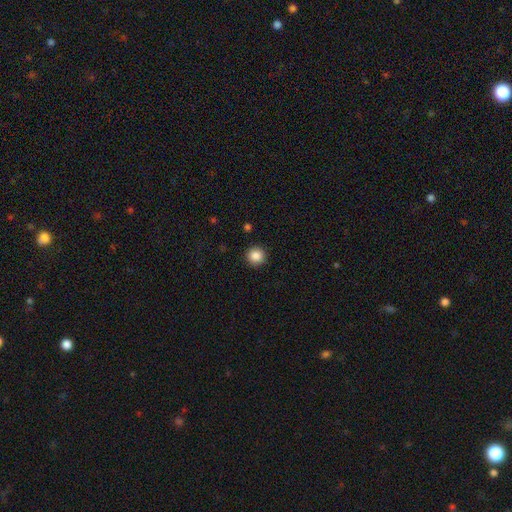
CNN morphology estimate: Smooth or featured: smooth — 87% (star or artifact — 9%)
How rounded: round — 95% (in between — 4%)
Merging: none — 92% (minor disturbance — 5%)